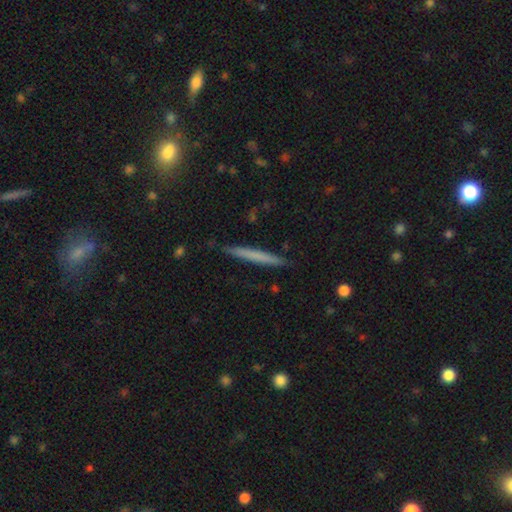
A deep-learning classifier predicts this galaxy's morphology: Q: Smooth or featured?
A: smooth (60%); runner-up: featured or disk (34%)
Q: How rounded?
A: cigar-shaped (97%); runner-up: in between (2%)
Q: Merging?
A: none (90%); runner-up: minor disturbance (8%)